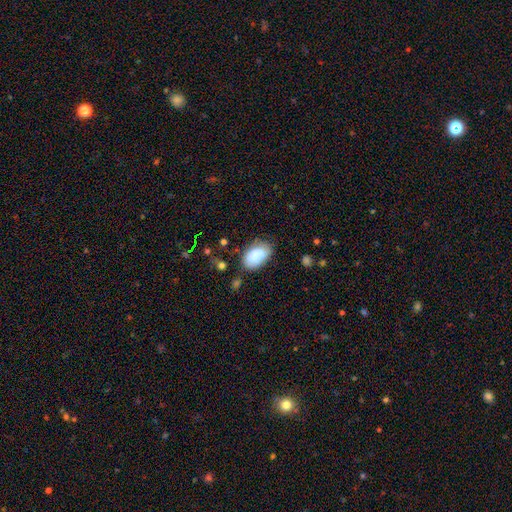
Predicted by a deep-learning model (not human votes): This is clearly a smooth galaxy (84%). How rounded: clearly in between (92%). Merging: likely none (64%).